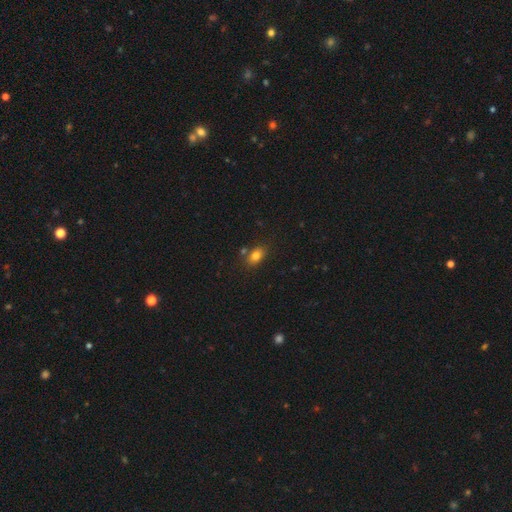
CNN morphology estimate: A smooth galaxy with no disk features (80%) that is in between round and cigar-shaped (78%). Merging: none (73%).